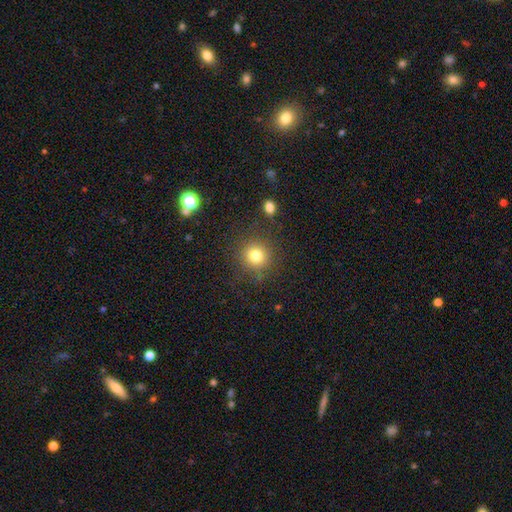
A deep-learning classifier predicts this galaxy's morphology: Smooth or featured? smooth (79%)
How rounded? round (93%)
Merging? none (85%)